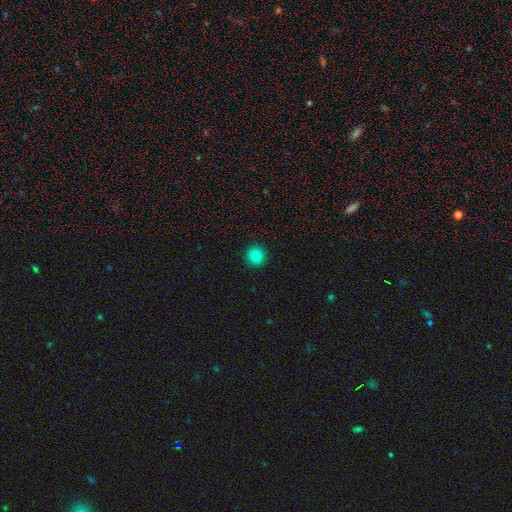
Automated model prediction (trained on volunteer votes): Q: Smooth or featured?
A: smooth (80%); runner-up: star or artifact (12%)
Q: How rounded?
A: round (95%); runner-up: in between (4%)
Q: Merging?
A: none (93%); runner-up: minor disturbance (4%)